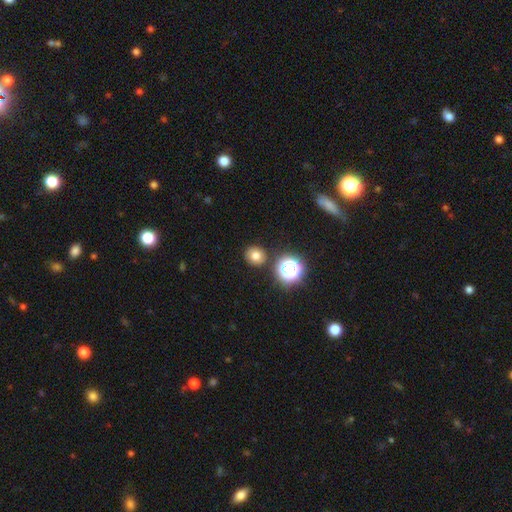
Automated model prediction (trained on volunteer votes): smooth 75%, star or artifact 17%, featured or disk 8%. Down the decision tree: how rounded — round (85%); merging — none (85%).